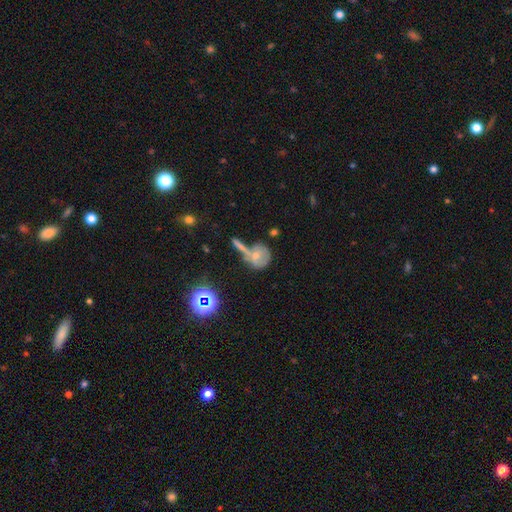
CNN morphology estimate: smooth-or-featured: smooth: 54% | featured or disk: 28% | star or artifact: 17%
  how-rounded: round: 73% | in between: 23% | cigar-shaped: 4%
  merging: none: 41% | merger: 32% | minor disturbance: 16% | major disturbance: 11%